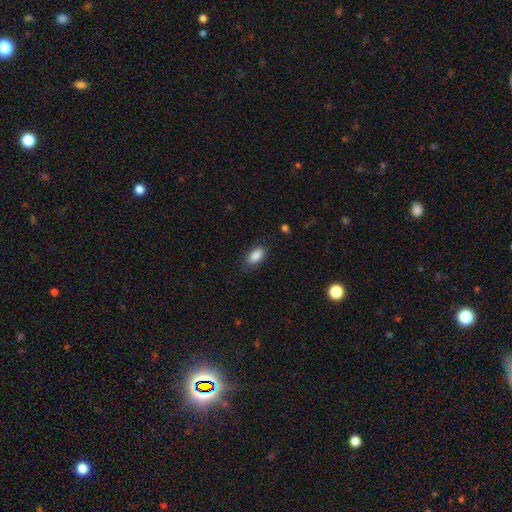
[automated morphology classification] A smooth galaxy with no disk features (88%) that is in between round and cigar-shaped (90%). Merging: none (77%).